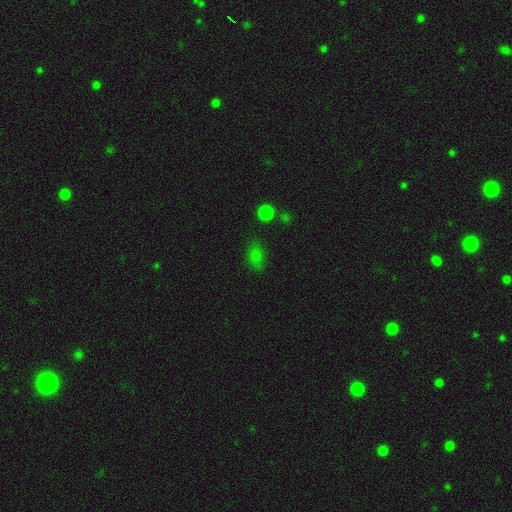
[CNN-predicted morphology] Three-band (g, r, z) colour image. It shows a smooth galaxy with no disk features (70%) that is in between round and cigar-shaped (71%). Merging: none (76%).